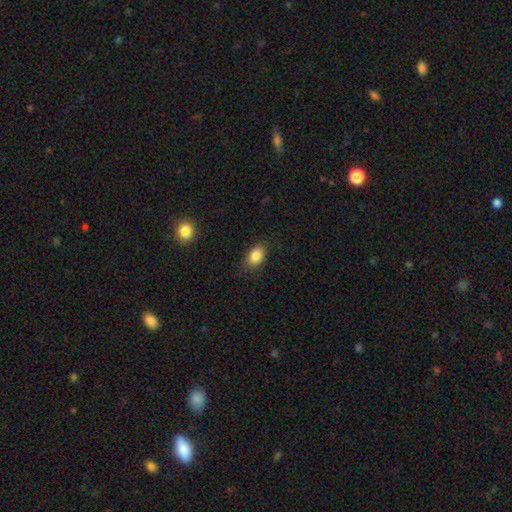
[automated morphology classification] smooth-or-featured: smooth: 84% | star or artifact: 9% | featured or disk: 7%
  how-rounded: in between: 82% | round: 16% | cigar-shaped: 2%
  merging: none: 82% | minor disturbance: 14% | major disturbance: 3% | merger: 1%